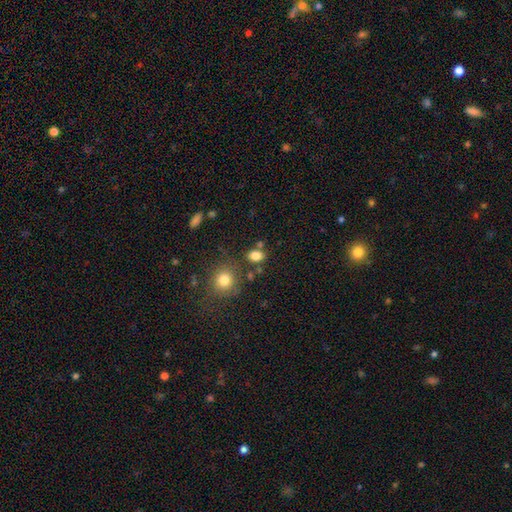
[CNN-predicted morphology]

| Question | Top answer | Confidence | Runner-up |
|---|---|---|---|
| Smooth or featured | smooth | 82% | star or artifact (12%) |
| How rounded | in between | 65% | round (33%) |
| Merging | none | 71% | minor disturbance (12%) |